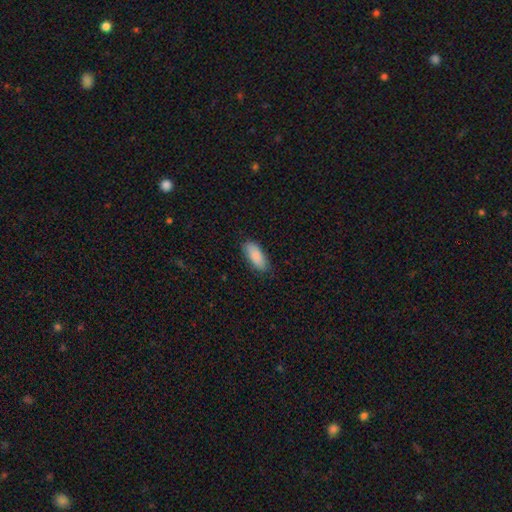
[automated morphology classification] Smooth or featured?
  - smooth: 87% *
  - featured or disk: 7%
  - star or artifact: 6%
How rounded?
  - in between: 82% *
  - cigar-shaped: 16%
  - round: 2%
Merging?
  - none: 83% *
  - minor disturbance: 14%
  - major disturbance: 3%
  - merger: 1%